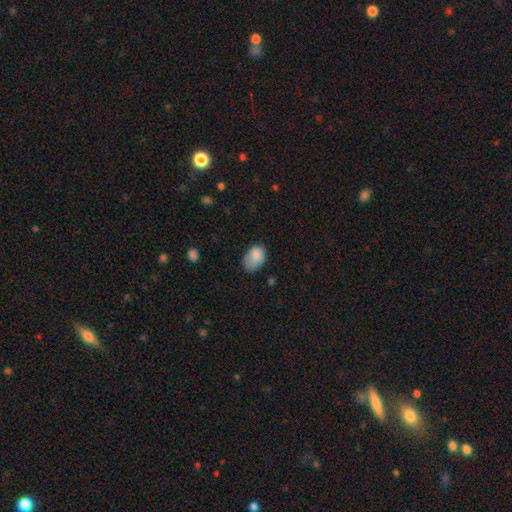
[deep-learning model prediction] Smooth or featured: smooth — 83% (featured or disk — 9%)
How rounded: in between — 83% (round — 16%)
Merging: none — 49% (minor disturbance — 36%)